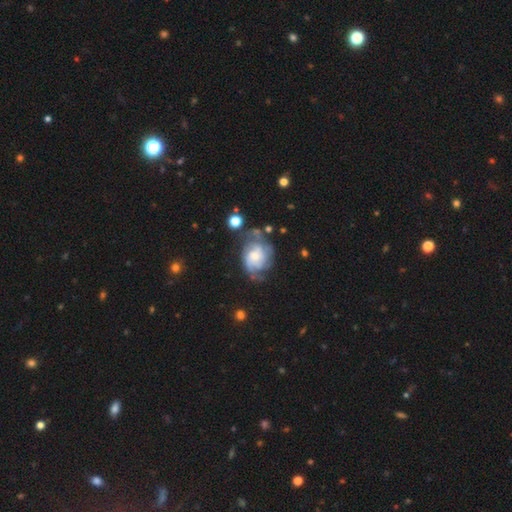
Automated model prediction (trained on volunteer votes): This is likely a featured or disk galaxy (74%). It is clearly not viewed edge-on (97%). Bar: likely no (67%). Spiral arm pattern: clearly yes (88%). Spiral arm count: marginally can't tell (35%). Spiral winding: marginally tight (41%). Central bulge: marginally moderate (43%). Merging: possibly none (49%).